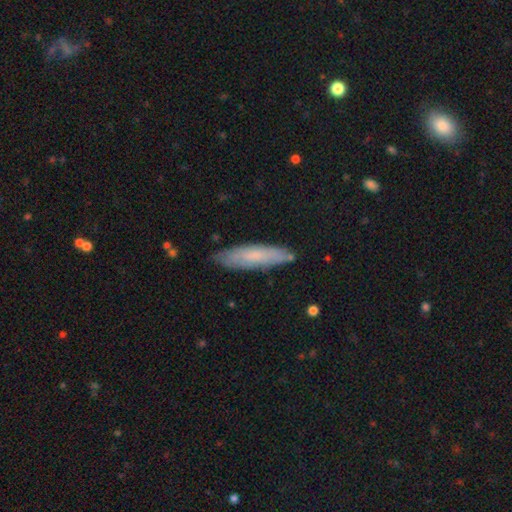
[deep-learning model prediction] Smooth or featured?
  - smooth: 66% *
  - featured or disk: 28%
  - star or artifact: 7%
How rounded?
  - cigar-shaped: 73% *
  - in between: 26%
  - round: 1%
Merging?
  - none: 80% *
  - minor disturbance: 15%
  - major disturbance: 3%
  - merger: 2%